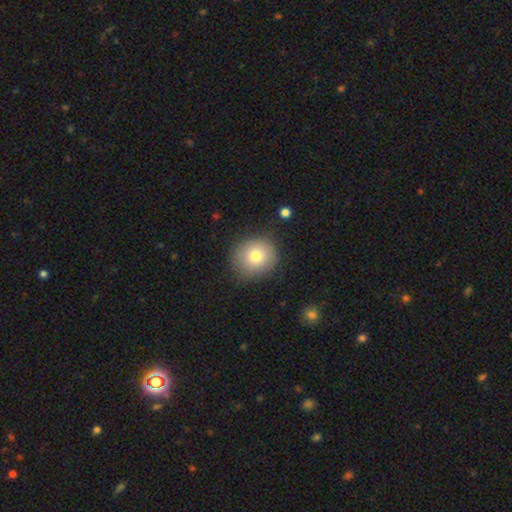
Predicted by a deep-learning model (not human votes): Smooth or featured: smooth — 77% (featured or disk — 13%)
How rounded: round — 86% (in between — 13%)
Merging: none — 83% (minor disturbance — 12%)